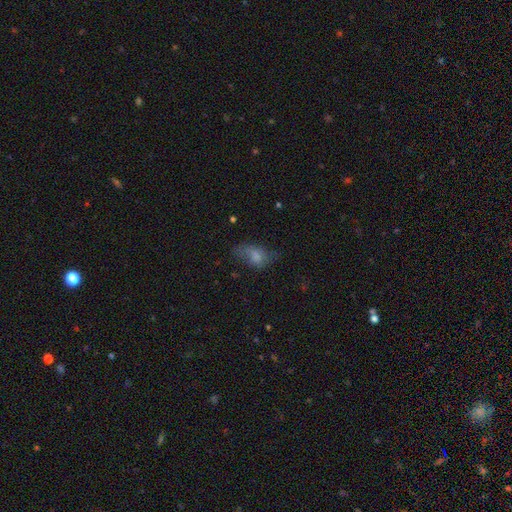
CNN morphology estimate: Smooth or featured? Predicted: smooth (p=0.60). How rounded? Predicted: in between (p=0.84). Merging? Predicted: none (p=0.40).